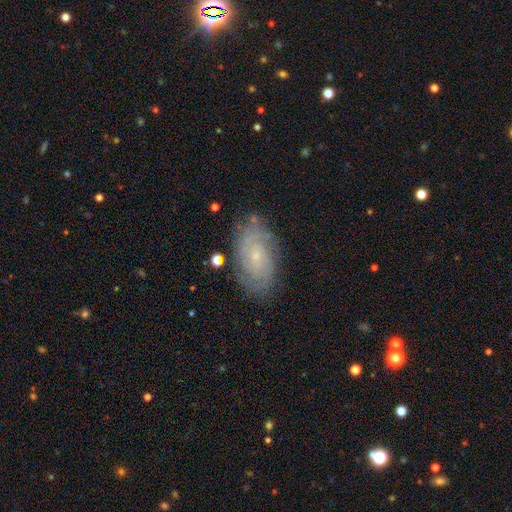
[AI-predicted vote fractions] Q: Smooth or featured?
A: featured or disk (74%); runner-up: smooth (18%)
Q: Edge-on disk?
A: no (95%); runner-up: yes (5%)
Q: Bar?
A: no (70%); runner-up: weak (25%)
Q: Spiral arms?
A: yes (91%); runner-up: no (9%)
Q: Spiral winding?
A: tight (67%); runner-up: medium (26%)
Q: Spiral arm count?
A: can't tell (40%); runner-up: 2 (32%)
Q: Bulge size?
A: small (82%); runner-up: moderate (13%)
Q: Merging?
A: none (80%); runner-up: minor disturbance (15%)